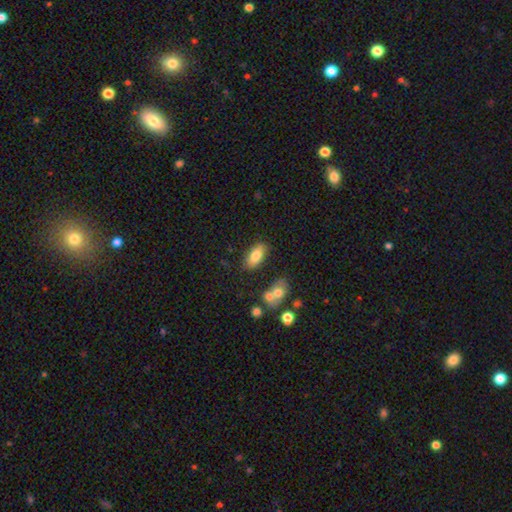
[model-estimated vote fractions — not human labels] Smooth or featured: smooth — 80% (featured or disk — 12%)
How rounded: in between — 89% (cigar-shaped — 8%)
Merging: none — 79% (minor disturbance — 12%)